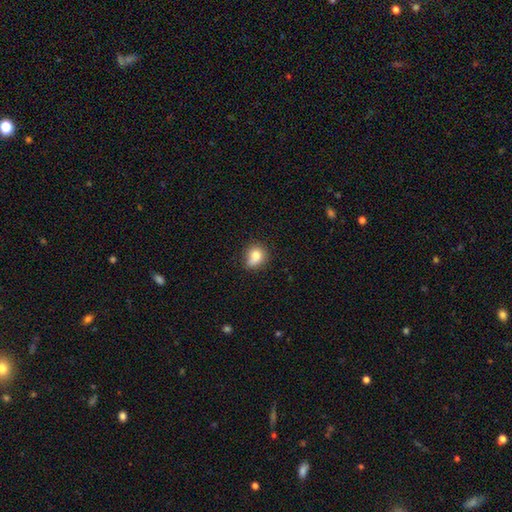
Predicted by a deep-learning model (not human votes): The model was most divided on "merging": none: 55%, minor disturbance: 29%, major disturbance: 8%, merger: 8%. More confident: smooth or featured — smooth (78%); how rounded — round (66%).